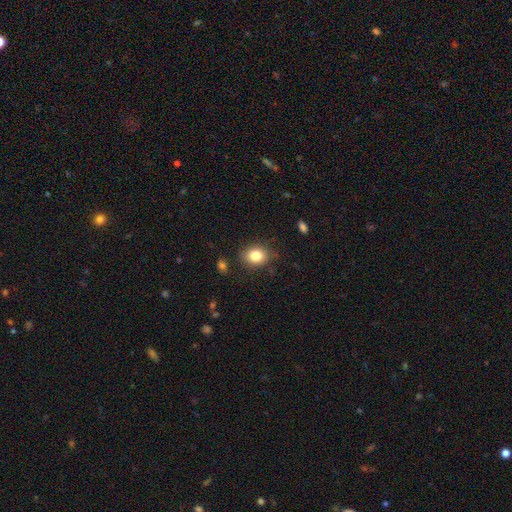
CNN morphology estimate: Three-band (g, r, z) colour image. It shows a smooth galaxy with no disk features (83%) that is round (53%). Merging: none (84%).